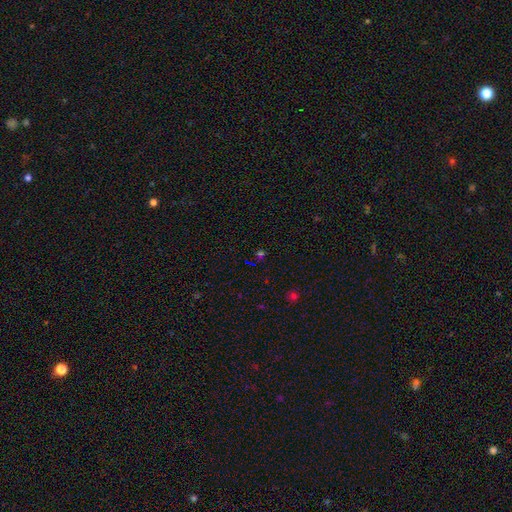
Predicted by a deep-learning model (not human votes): Smooth or featured? Predicted: star or artifact (p=0.64).